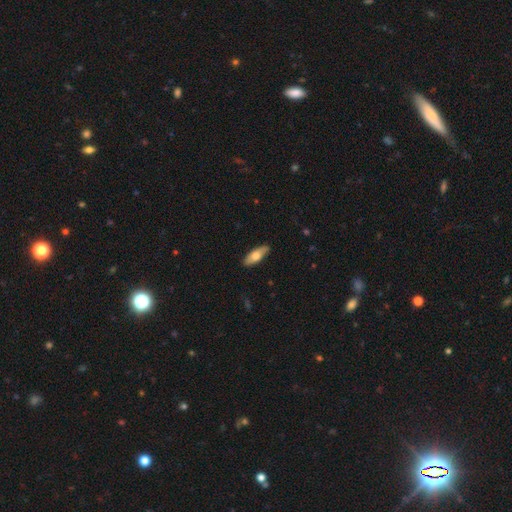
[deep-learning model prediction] Q: Smooth or featured?
A: smooth (66%); runner-up: featured or disk (29%)
Q: How rounded?
A: in between (68%); runner-up: cigar-shaped (30%)
Q: Merging?
A: none (85%); runner-up: minor disturbance (12%)